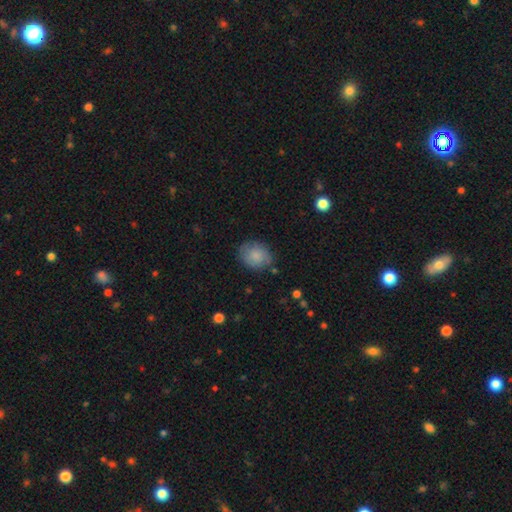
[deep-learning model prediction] Overall: smooth (83%). How rounded: round (55%; in between 44%). Merging: none (74%).